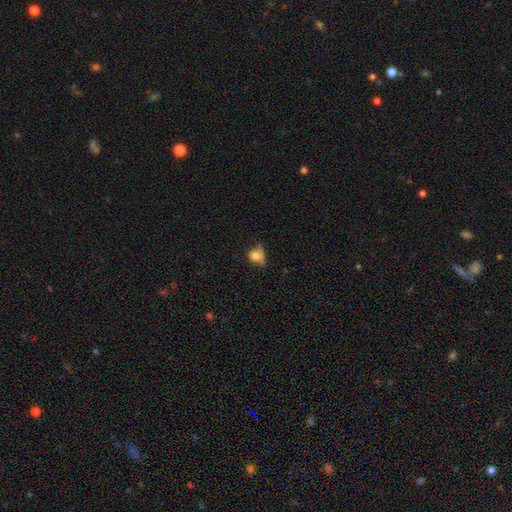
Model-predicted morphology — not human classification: Overall: smooth (68%). How rounded: round (59%; in between 37%). Merging: none (38%; major disturbance 25%).